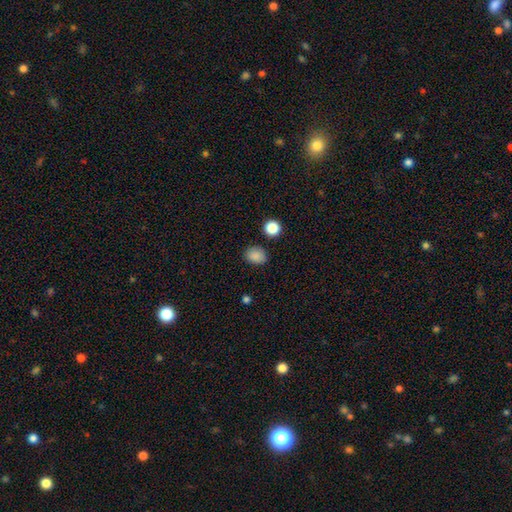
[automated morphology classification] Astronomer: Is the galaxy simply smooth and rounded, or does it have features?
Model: smooth — 86%.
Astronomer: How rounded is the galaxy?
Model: in between — 53% (runner-up: round, 46%).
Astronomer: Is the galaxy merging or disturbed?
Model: none — 82%.